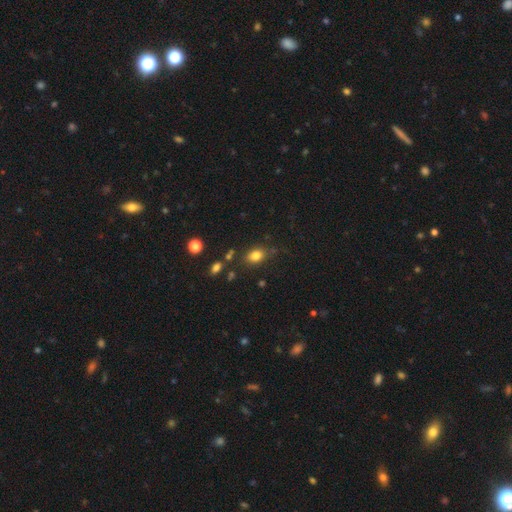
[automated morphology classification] Smooth or featured? Predicted: smooth (p=0.81). How rounded? Predicted: in between (p=0.72). Merging? Predicted: none (p=0.76).